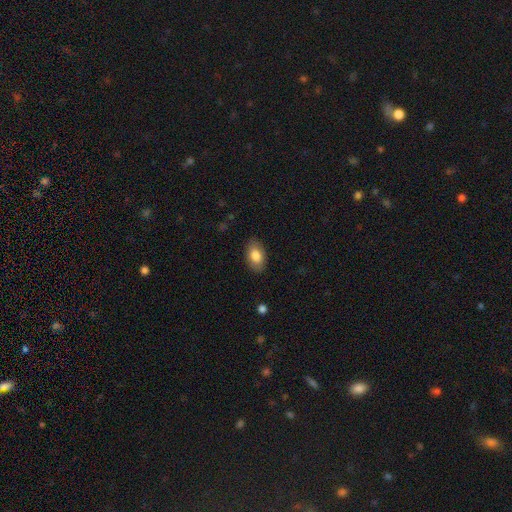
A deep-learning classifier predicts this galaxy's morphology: This is clearly a smooth galaxy (82%). How rounded: clearly in between (92%). Merging: clearly none (86%).